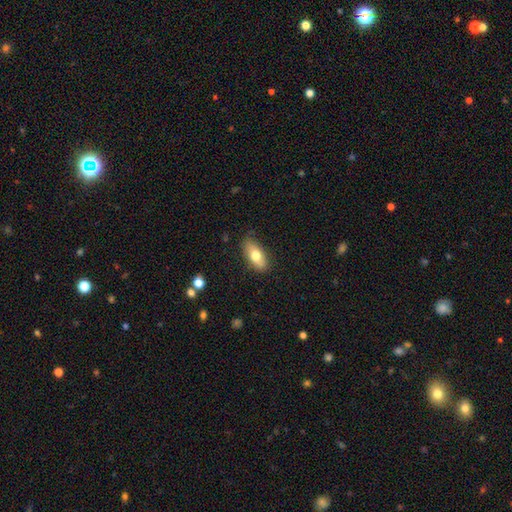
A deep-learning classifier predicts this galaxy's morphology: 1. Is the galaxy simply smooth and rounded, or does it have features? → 71% smooth, 22% featured or disk, 7% star or artifact.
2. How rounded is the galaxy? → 83% in between, 13% cigar-shaped, 4% round.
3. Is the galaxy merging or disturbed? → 79% none, 17% minor disturbance, 3% major disturbance, 2% merger.